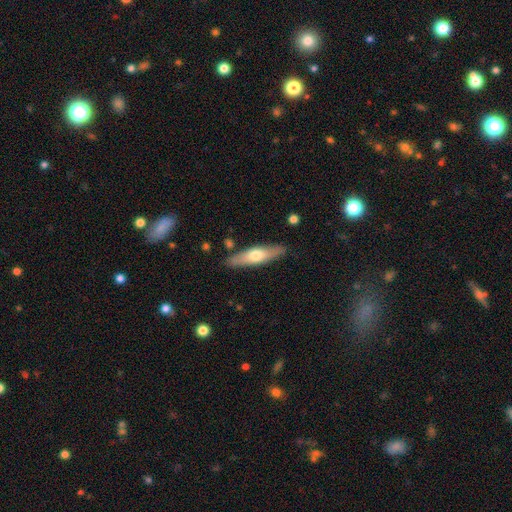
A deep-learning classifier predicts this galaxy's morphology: The model was most divided on "smooth or featured": smooth: 50%, featured or disk: 44%, star or artifact: 5%. More confident: merging — none (86%); how rounded — cigar-shaped (69%).